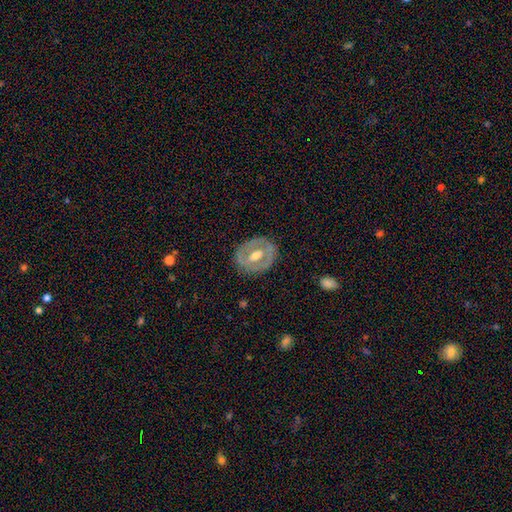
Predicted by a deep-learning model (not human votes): Smooth or featured? Predicted: featured or disk (p=0.65). Edge-on disk? Predicted: no (p=0.93). Bar? Predicted: weak (p=0.38). Spiral arms? Predicted: no (p=0.73). Bulge size? Predicted: moderate (p=0.72). Merging? Predicted: none (p=0.82).